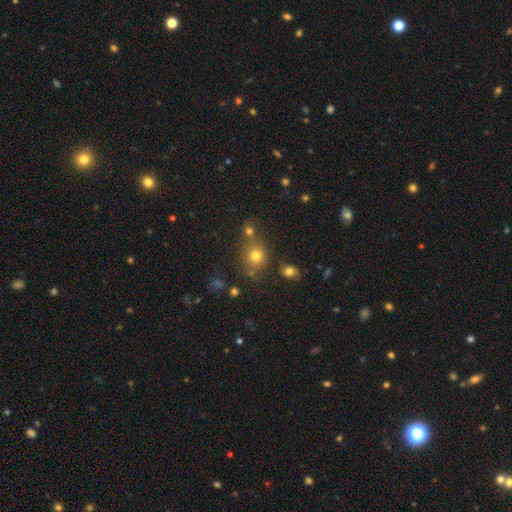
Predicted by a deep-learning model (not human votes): The model was most divided on "merging": none: 64%, merger: 19%, minor disturbance: 12%, major disturbance: 5%. More confident: how rounded — round (82%); smooth or featured — smooth (74%).